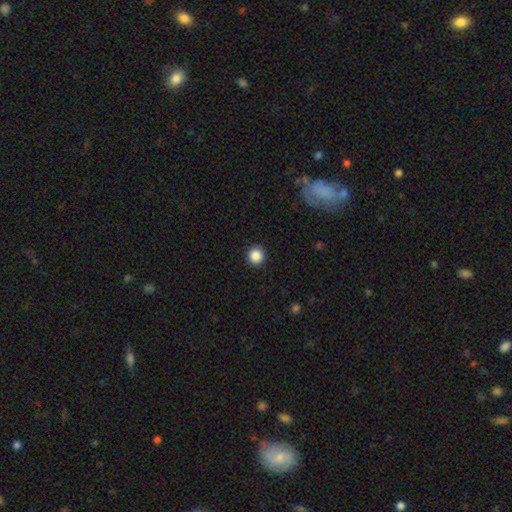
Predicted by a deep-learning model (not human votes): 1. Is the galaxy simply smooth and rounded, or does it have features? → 87% smooth, 10% star or artifact, 3% featured or disk.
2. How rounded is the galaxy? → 95% round, 4% in between, 1% cigar-shaped.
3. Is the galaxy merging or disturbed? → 93% none, 5% minor disturbance, 2% major disturbance, 1% merger.